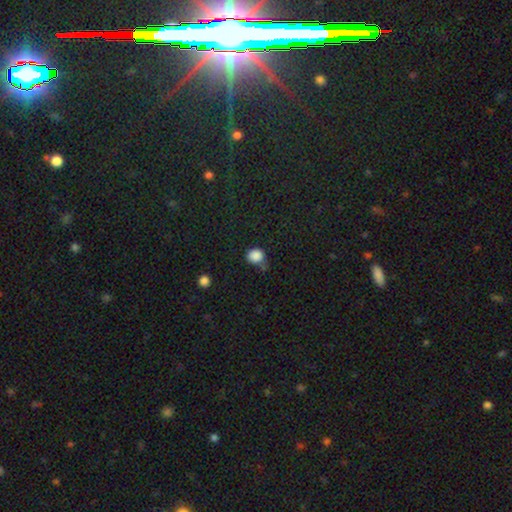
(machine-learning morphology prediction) smooth_or_featured: smooth (p=0.86) [alt: star or artifact p=0.10]
how_rounded: round (p=0.74) [alt: in between p=0.25]
merging: none (p=0.59) [alt: minor disturbance p=0.26]